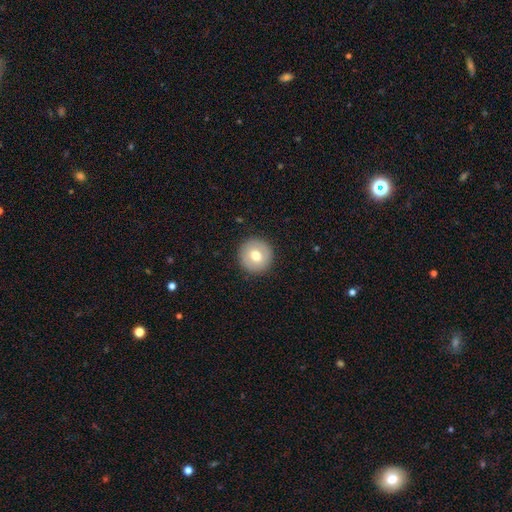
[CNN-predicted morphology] A smooth galaxy with no disk features (68%) that is round (95%). Merging: none (90%).